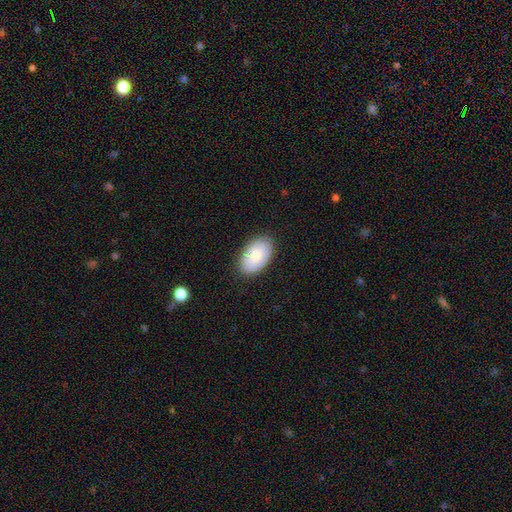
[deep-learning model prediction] The model was most divided on "smooth or featured": smooth: 79%, featured or disk: 15%, star or artifact: 6%. More confident: how rounded — in between (93%); merging — none (85%).